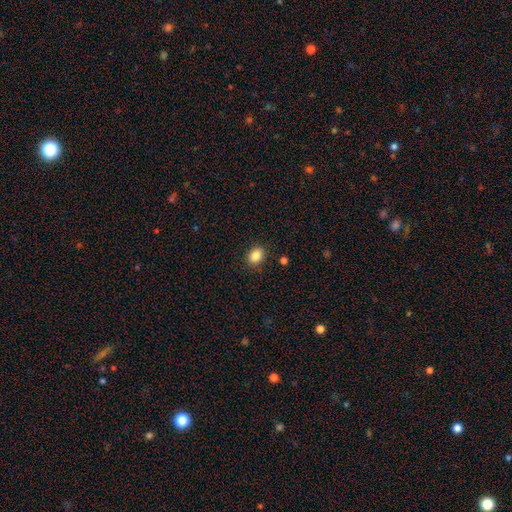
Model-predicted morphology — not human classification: The model was most divided on "how rounded": in between: 60%, round: 39%, cigar-shaped: 1%. More confident: merging — none (88%); smooth or featured — smooth (85%).